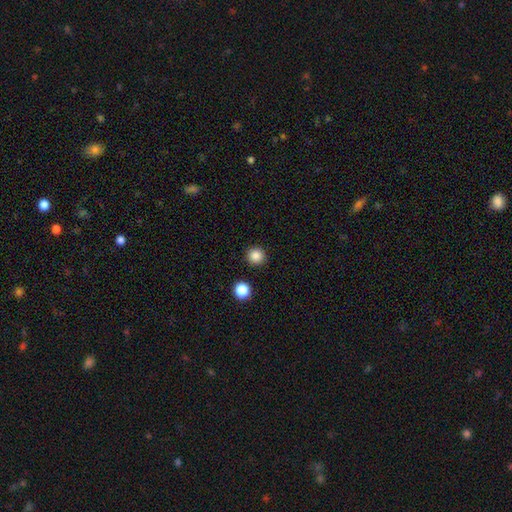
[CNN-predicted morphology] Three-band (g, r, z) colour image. It shows a smooth galaxy with no disk features (86%) that is round (95%). Merging: none (92%).